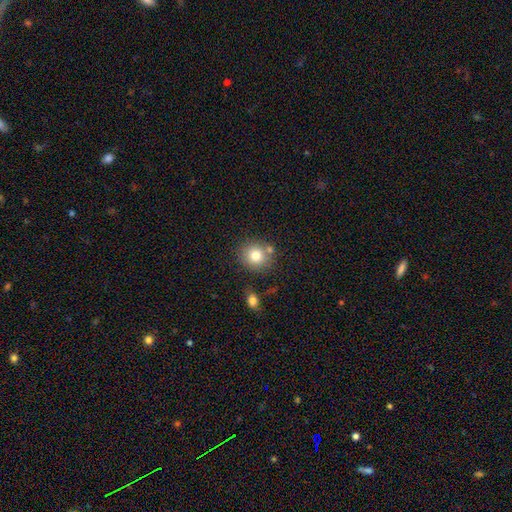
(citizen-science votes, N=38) Smooth or featured?
  - smooth: 74% *
  - featured or disk: 16%
  - star or artifact: 11%
How rounded?
  - round: 75% *
  - in between: 21%
  - cigar-shaped: 4%
Merging?
  - none: 53% *
  - minor disturbance: 24%
  - merger: 15%
  - major disturbance: 9%